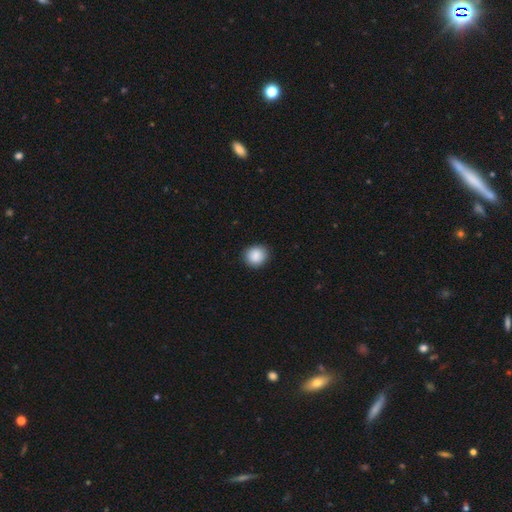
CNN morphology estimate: Q: Smooth or featured?
A: smooth (89%); runner-up: star or artifact (8%)
Q: How rounded?
A: round (86%); runner-up: in between (13%)
Q: Merging?
A: none (90%); runner-up: minor disturbance (7%)